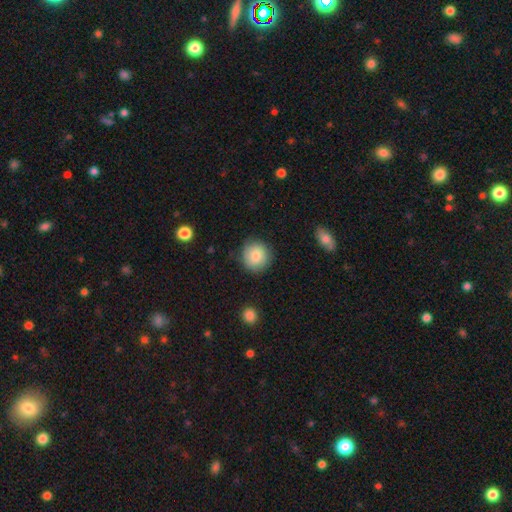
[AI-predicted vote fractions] Q: Smooth or featured?
A: smooth (84%); runner-up: featured or disk (9%)
Q: How rounded?
A: round (89%); runner-up: in between (10%)
Q: Merging?
A: none (85%); runner-up: minor disturbance (11%)